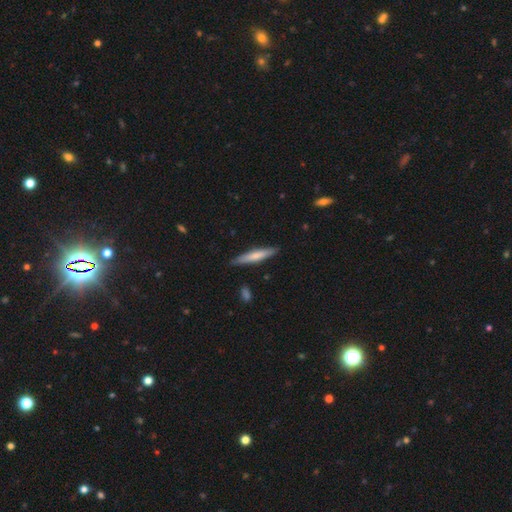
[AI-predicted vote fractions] A smooth galaxy with no disk features (65%) that is cigar-shaped (91%).

Vote fractions:
- Smooth or featured? smooth: 65% / featured or disk: 30% / star or artifact: 5%
- How rounded? cigar-shaped: 91% / in between: 7% / round: 1%
- Merging? none: 88% / minor disturbance: 9% / major disturbance: 2% / merger: 1%